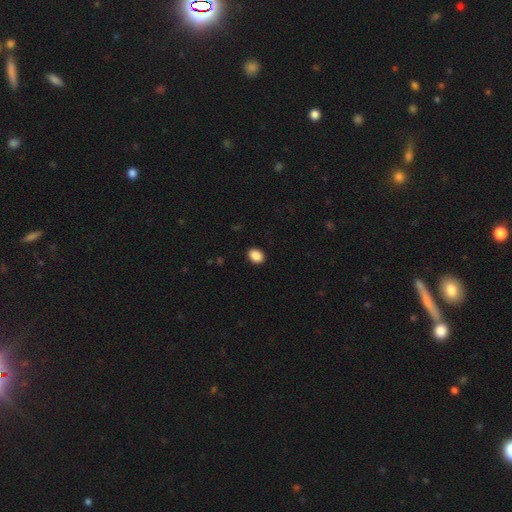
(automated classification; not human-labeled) Smooth or featured: smooth — 89% (star or artifact — 8%)
How rounded: in between — 63% (round — 36%)
Merging: none — 91% (minor disturbance — 6%)